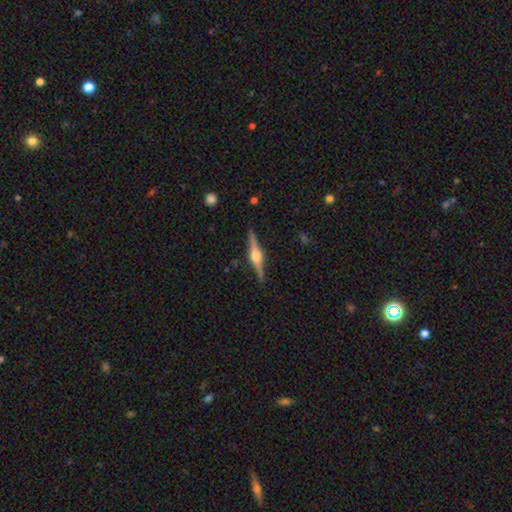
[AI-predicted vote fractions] Smooth or featured?
  - featured or disk: 83% *
  - smooth: 11%
  - star or artifact: 6%
Edge-on disk?
  - yes: 98% *
  - no: 2%
Edge-on bulge?
  - rounded: 93% *
  - boxy: 5%
  - none: 2%
Merging?
  - none: 90% *
  - minor disturbance: 7%
  - major disturbance: 1%
  - merger: 1%